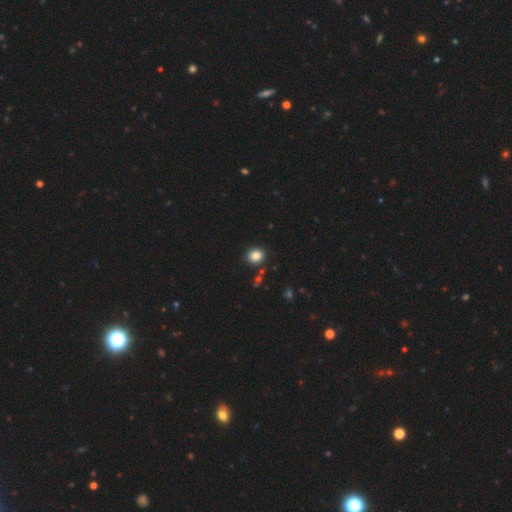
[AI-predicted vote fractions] Smooth or featured? smooth (85%)
How rounded? round (73%)
Merging? none (87%)